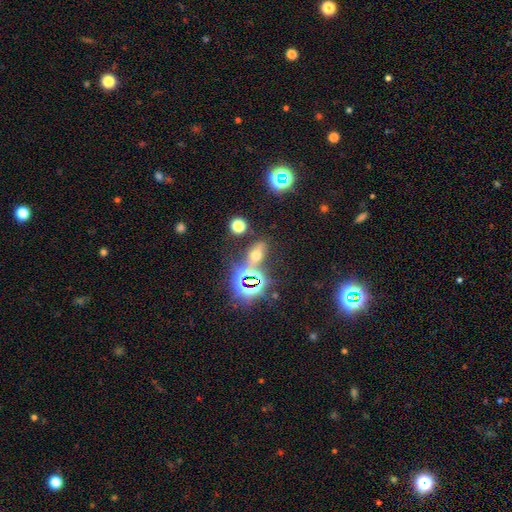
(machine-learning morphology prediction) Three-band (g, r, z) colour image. It shows a star or artifact, not a galaxy (46%).